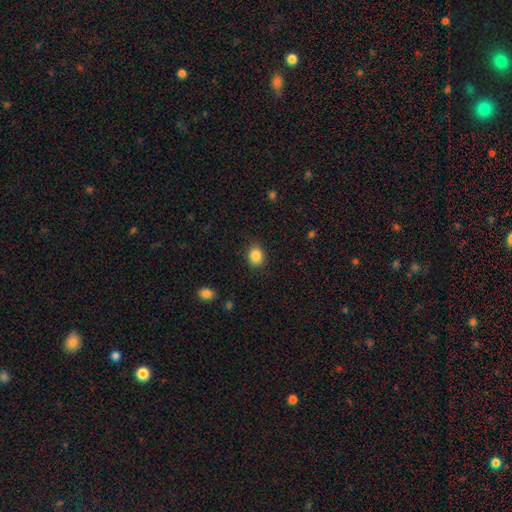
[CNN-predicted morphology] This is clearly a smooth galaxy (87%). How rounded: possibly round (51%). Merging: clearly none (88%).